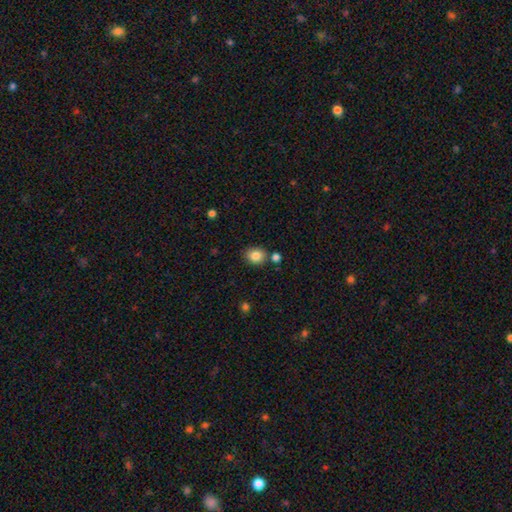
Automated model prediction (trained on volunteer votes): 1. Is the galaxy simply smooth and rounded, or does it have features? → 84% smooth, 10% star or artifact, 6% featured or disk.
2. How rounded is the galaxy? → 66% round, 33% in between, 1% cigar-shaped.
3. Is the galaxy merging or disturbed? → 78% none, 10% minor disturbance, 9% merger, 3% major disturbance.